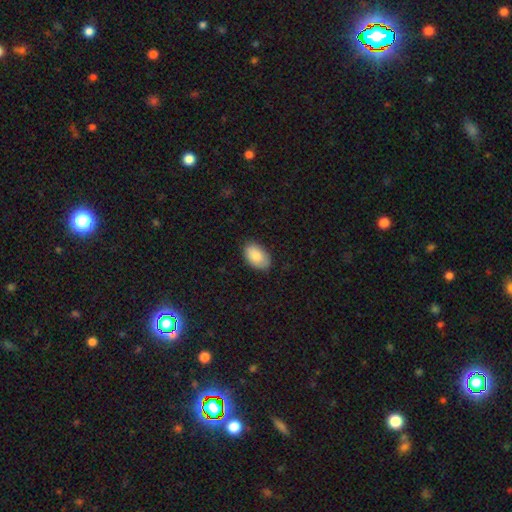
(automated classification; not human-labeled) smooth-or-featured: smooth: 87% | featured or disk: 7% | star or artifact: 6%
  how-rounded: in between: 93% | round: 6% | cigar-shaped: 1%
  merging: none: 83% | minor disturbance: 14% | major disturbance: 2% | merger: 1%